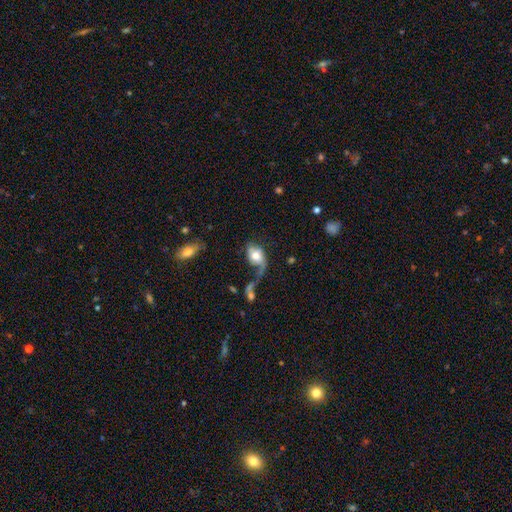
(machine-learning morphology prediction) This appears to be a smooth galaxy with no disk features (50%) that is in between round and cigar-shaped (73%). Merging: major disturbance (39%).